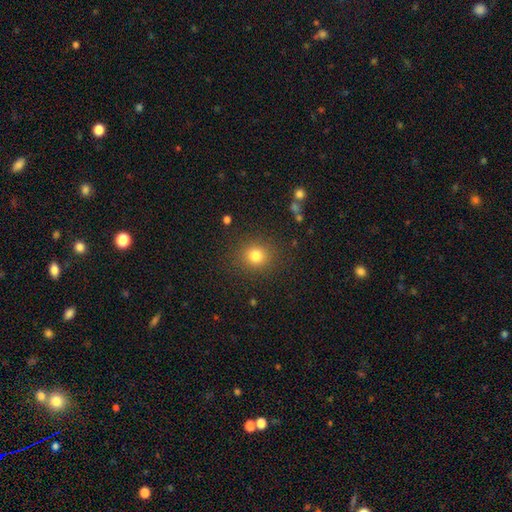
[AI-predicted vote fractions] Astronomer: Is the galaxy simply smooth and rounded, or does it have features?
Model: smooth — 80%.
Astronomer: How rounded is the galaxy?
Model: round — 84%.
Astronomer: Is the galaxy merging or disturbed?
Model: none — 87%.